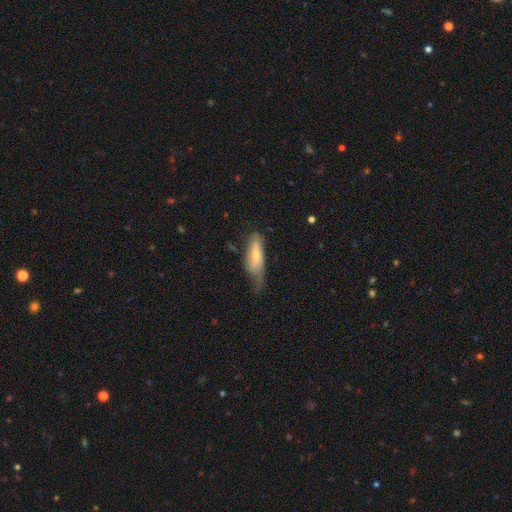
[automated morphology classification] This appears to be a smooth galaxy with no disk features (66%) that is in between round and cigar-shaped (56%). Merging: minor disturbance (40%).